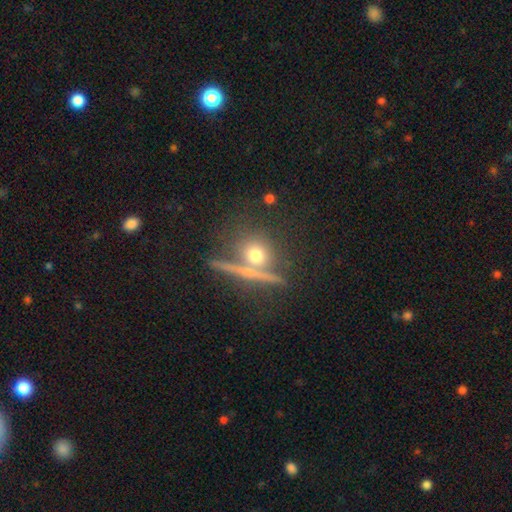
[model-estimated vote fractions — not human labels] Morphology: type=smooth (56%); roundness=round (83%); merging=none (65%).